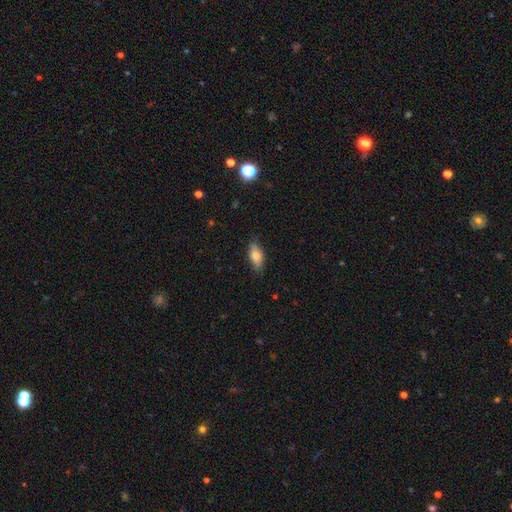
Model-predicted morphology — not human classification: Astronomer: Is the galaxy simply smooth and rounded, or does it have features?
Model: smooth — 74%.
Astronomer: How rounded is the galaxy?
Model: in between — 81%.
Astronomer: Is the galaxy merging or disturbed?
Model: none — 80%.